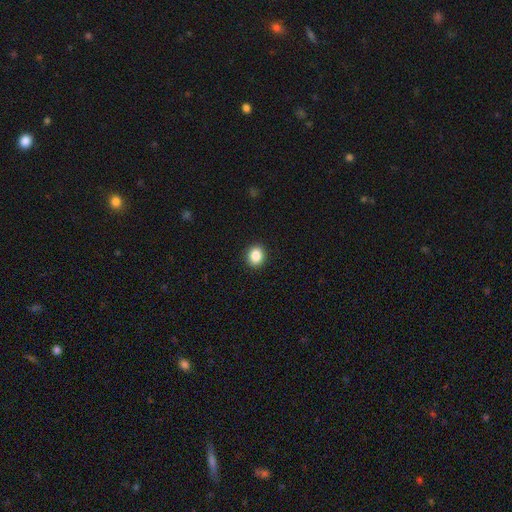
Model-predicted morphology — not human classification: Overall: smooth (86%). How rounded: round (70%). Merging: none (92%).